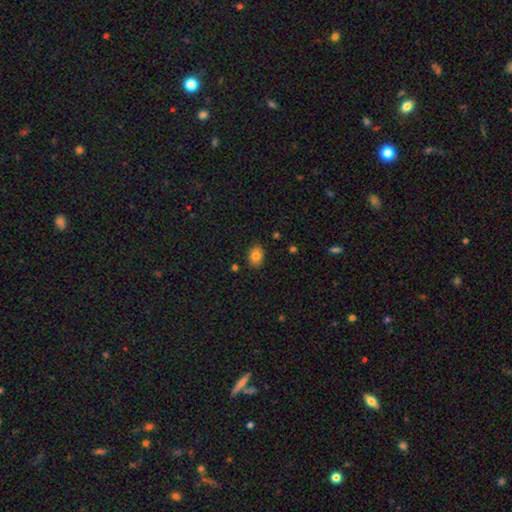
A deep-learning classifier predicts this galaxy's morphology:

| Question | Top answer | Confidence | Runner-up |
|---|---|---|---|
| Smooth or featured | smooth | 83% | star or artifact (9%) |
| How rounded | in between | 68% | round (31%) |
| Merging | none | 87% | minor disturbance (10%) |